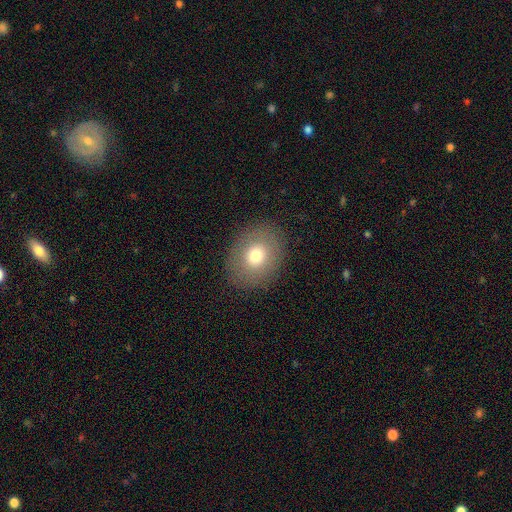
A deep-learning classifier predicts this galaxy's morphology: This appears to be a smooth galaxy with no disk features (74%) that is in between round and cigar-shaped (53%). Merging: none (87%).